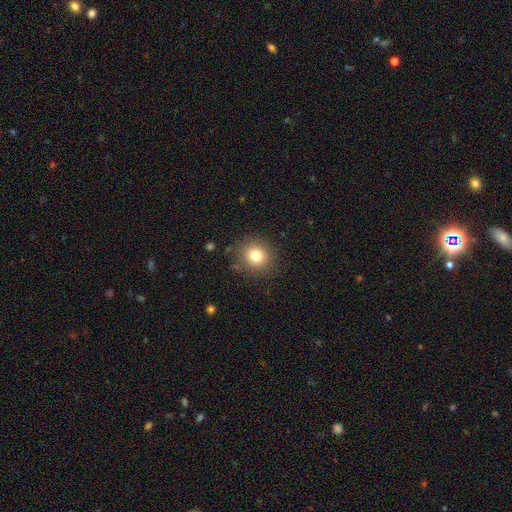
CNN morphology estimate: Overall: smooth (79%). How rounded: round (88%). Merging: none (87%).